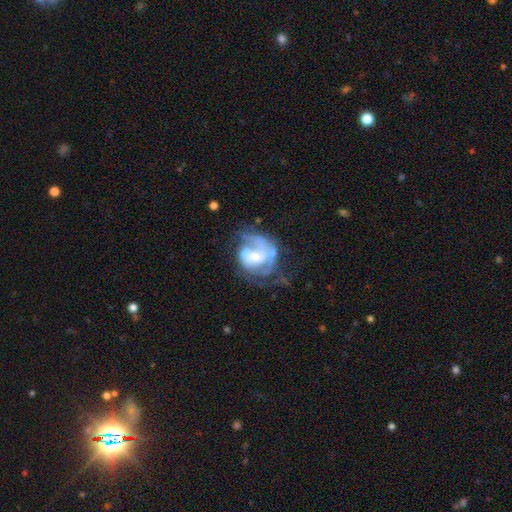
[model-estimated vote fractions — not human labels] smooth-or-featured: featured or disk: 73% | smooth: 20% | star or artifact: 7%
  disk-edge-on: no: 98% | yes: 2%
    bar: no: 62% | weak: 31% | strong: 7%
    has-spiral-arms: yes: 76% | no: 24%
      spiral-winding: medium: 39% | tight: 38% | loose: 24%
      spiral-arm-count: 2: 35% | can't tell: 30% | 1: 20% | 3: 9% | 4: 3% | more than 4: 3%
    bulge-size: small: 58% | moderate: 31% | none: 6% | large: 4% | dominant: 1%
  merging: major disturbance: 36% | none: 35% | minor disturbance: 22% | merger: 7%